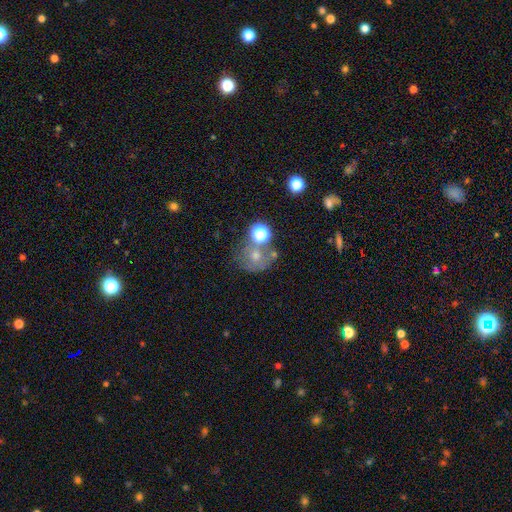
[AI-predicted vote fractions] Smooth or featured: smooth — 53% (featured or disk — 28%)
How rounded: round — 73% (in between — 26%)
Merging: none — 41% (merger — 26%)